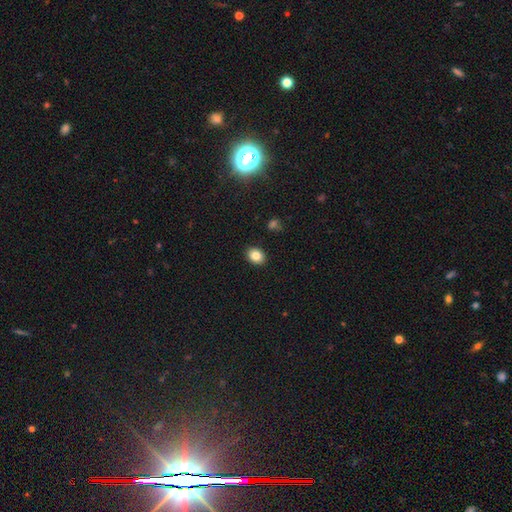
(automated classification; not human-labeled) This appears to be a smooth galaxy with no disk features (84%) that is in between round and cigar-shaped (60%). Merging: none (90%).